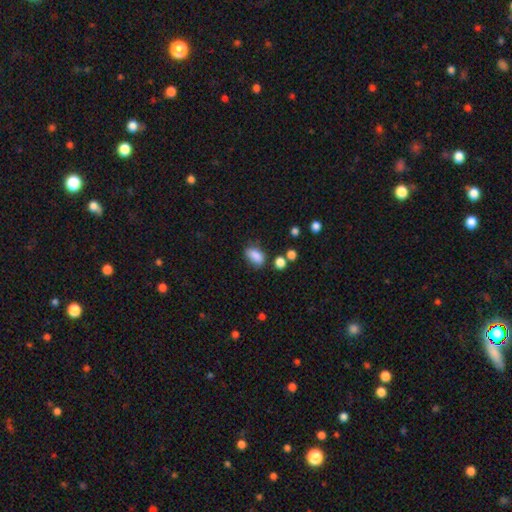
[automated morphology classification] Overall: smooth (85%). How rounded: in between (85%). Merging: none (68%).